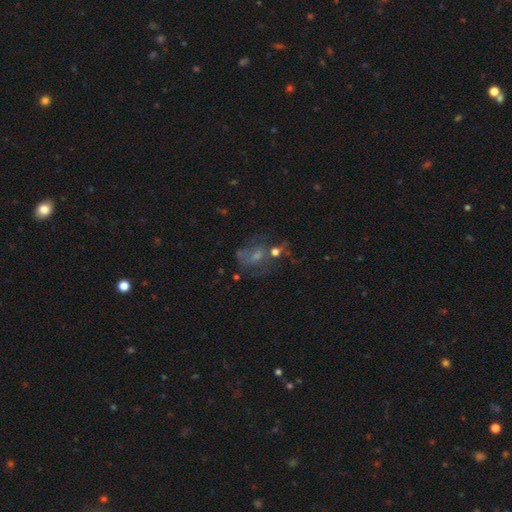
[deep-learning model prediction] This appears to be a featured or disk galaxy (50%). Merging: none (34%).